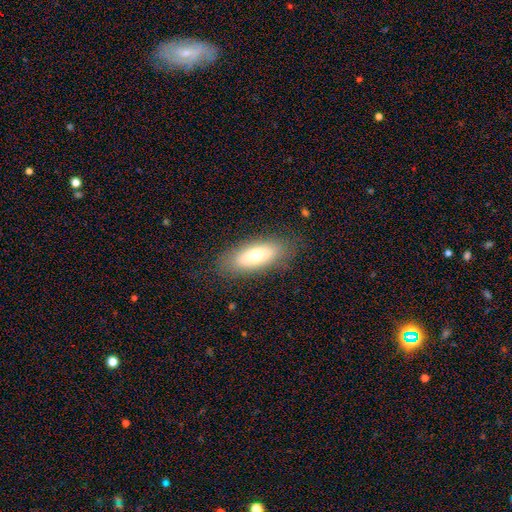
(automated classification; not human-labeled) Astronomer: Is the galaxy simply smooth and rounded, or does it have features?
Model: smooth — 65%.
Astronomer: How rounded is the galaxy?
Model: in between — 73%.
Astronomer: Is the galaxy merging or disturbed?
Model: none — 85%.